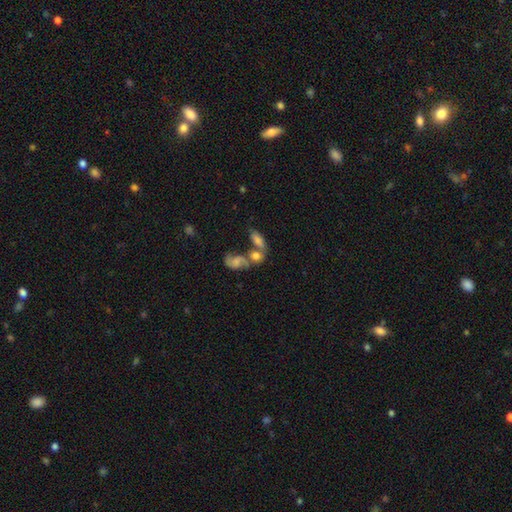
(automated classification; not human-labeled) This is possibly a smooth galaxy (56%). How rounded: likely in between (74%). Merging: possibly merger (56%).